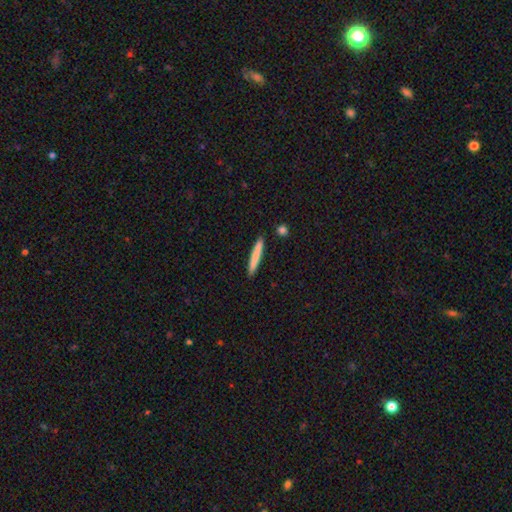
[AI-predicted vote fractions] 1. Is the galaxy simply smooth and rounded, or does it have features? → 75% smooth, 20% featured or disk, 6% star or artifact.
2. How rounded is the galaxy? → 96% cigar-shaped, 3% in between, 1% round.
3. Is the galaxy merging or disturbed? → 91% none, 6% minor disturbance, 2% merger, 1% major disturbance.